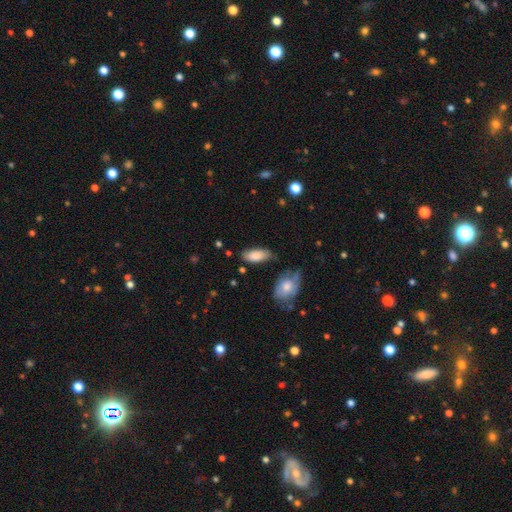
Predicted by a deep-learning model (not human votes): Smooth or featured?
  - smooth: 85% *
  - featured or disk: 9%
  - star or artifact: 6%
How rounded?
  - in between: 86% *
  - cigar-shaped: 11%
  - round: 2%
Merging?
  - none: 70% *
  - minor disturbance: 21%
  - major disturbance: 5%
  - merger: 4%